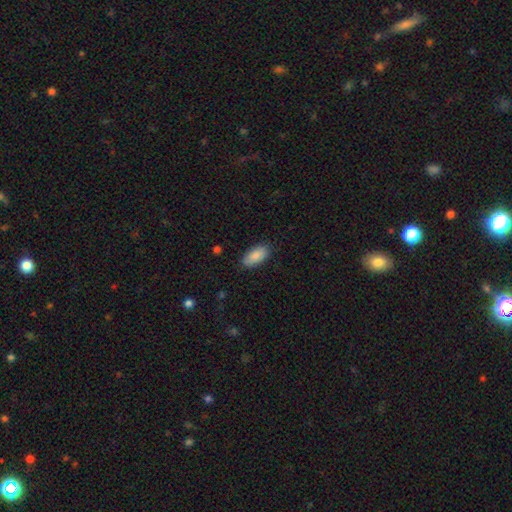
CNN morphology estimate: type=smooth (88%); roundness=in between (91%); merging=none (86%).